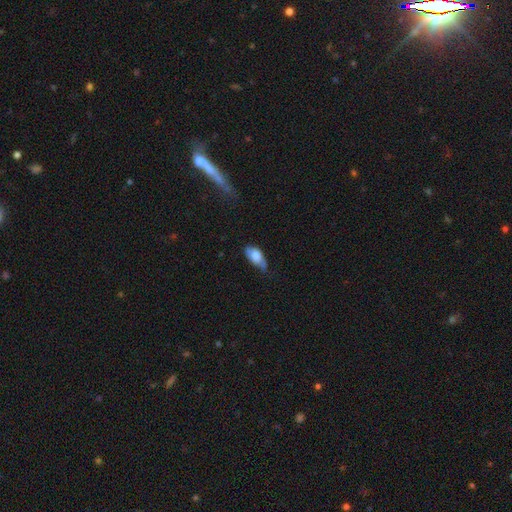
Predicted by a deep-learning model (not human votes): smooth_or_featured: smooth (p=0.70) [alt: featured or disk p=0.23]
how_rounded: in between (p=0.88) [alt: cigar-shaped p=0.08]
merging: none (p=0.45) [alt: minor disturbance p=0.41]